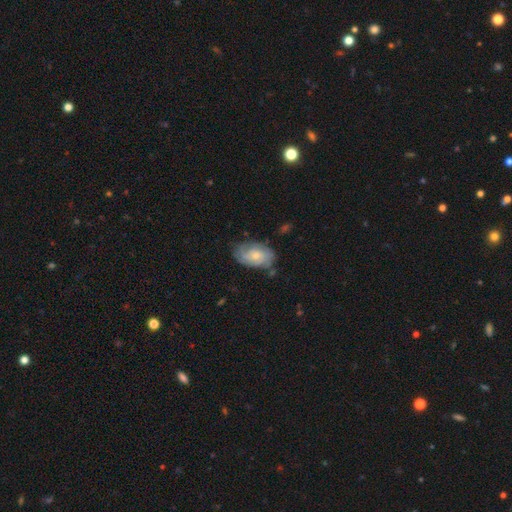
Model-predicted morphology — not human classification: This is possibly a featured or disk galaxy (49%). Merging: likely none (63%).